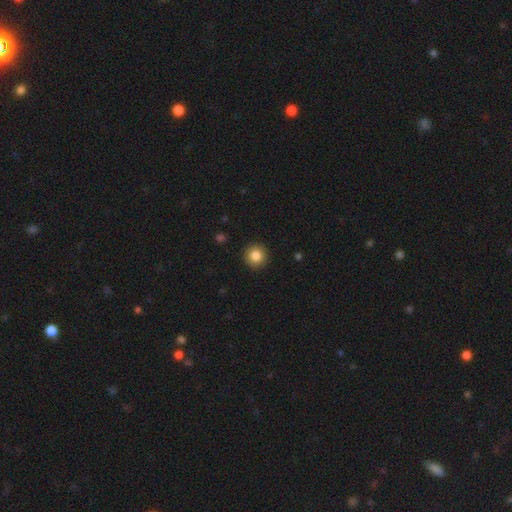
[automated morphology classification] This appears to be a smooth galaxy with no disk features (85%) that is round (95%). Merging: none (92%).